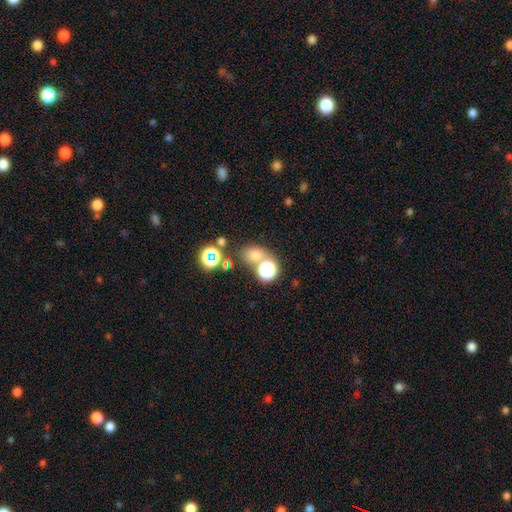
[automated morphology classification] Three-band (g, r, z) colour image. It shows a smooth galaxy with no disk features (62%) that is round (57%). Merging: none (59%).